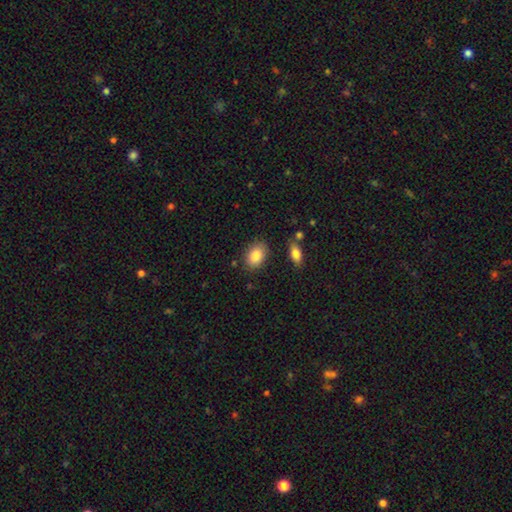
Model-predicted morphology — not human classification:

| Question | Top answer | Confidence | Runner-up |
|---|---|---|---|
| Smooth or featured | smooth | 86% | star or artifact (7%) |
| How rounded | in between | 84% | round (15%) |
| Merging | none | 82% | minor disturbance (12%) |